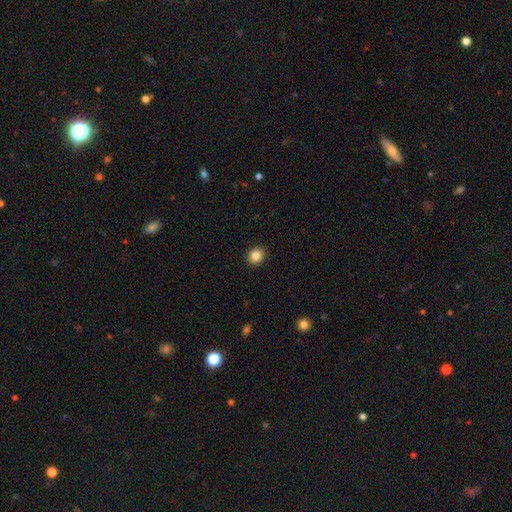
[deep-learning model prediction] Smooth or featured? Predicted: smooth (p=0.84). How rounded? Predicted: round (p=0.73). Merging? Predicted: none (p=0.92).